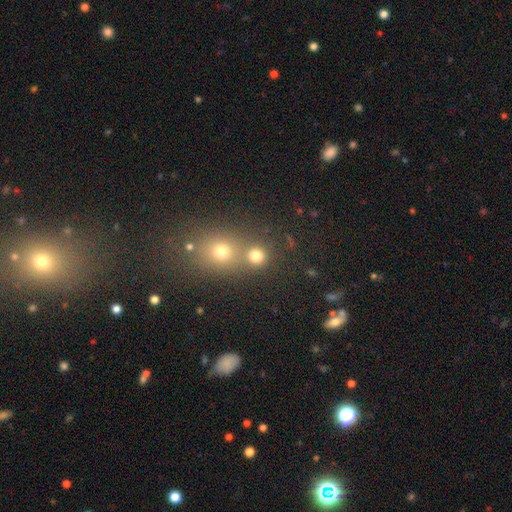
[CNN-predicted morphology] A smooth galaxy with no disk features (76%) that is round (85%).

Vote fractions:
- Smooth or featured? smooth: 76% / star or artifact: 17% / featured or disk: 7%
- How rounded? round: 85% / in between: 14% / cigar-shaped: 1%
- Merging? none: 56% / merger: 34% / minor disturbance: 7% / major disturbance: 3%